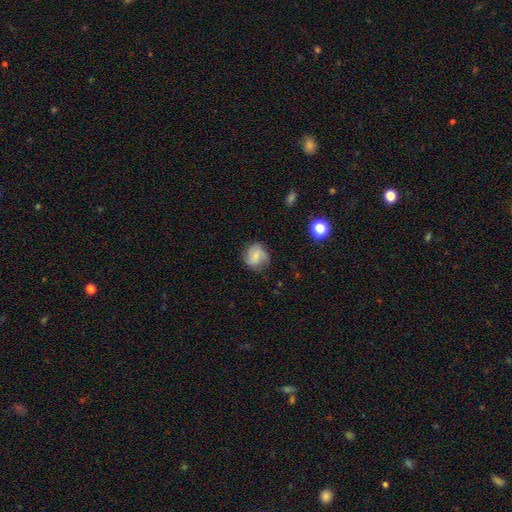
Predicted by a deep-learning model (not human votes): Overall: smooth (57%; featured or disk 34%). How rounded: round (78%). Merging: none (68%).